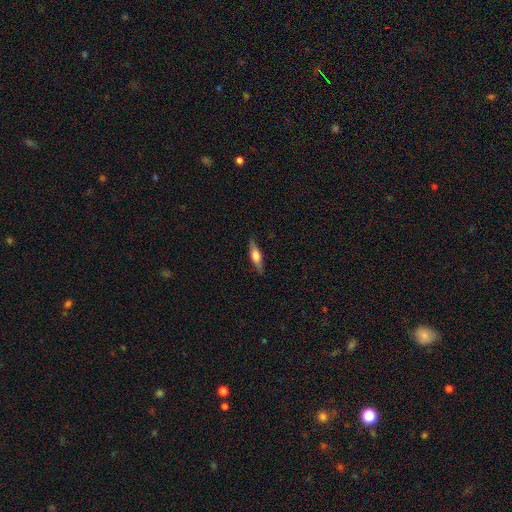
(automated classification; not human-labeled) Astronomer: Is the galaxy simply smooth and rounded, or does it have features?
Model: featured or disk — 54% (runner-up: smooth, 40%).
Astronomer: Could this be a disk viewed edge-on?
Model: yes — 94%.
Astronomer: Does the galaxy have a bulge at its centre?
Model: rounded — 86%.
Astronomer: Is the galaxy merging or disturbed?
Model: none — 86%.